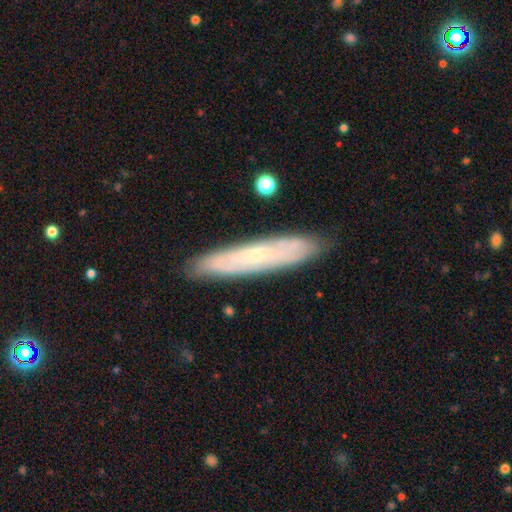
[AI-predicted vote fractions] The model was most divided on "edge-on disk": yes: 51%, no: 49%. More confident: merging — none (86%); smooth or featured — featured or disk (62%).